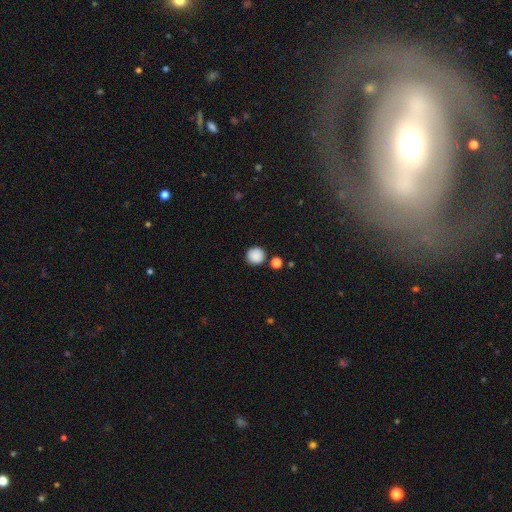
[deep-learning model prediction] Smooth or featured: smooth — 88% (star or artifact — 9%)
How rounded: round — 94% (in between — 5%)
Merging: none — 84% (minor disturbance — 8%)